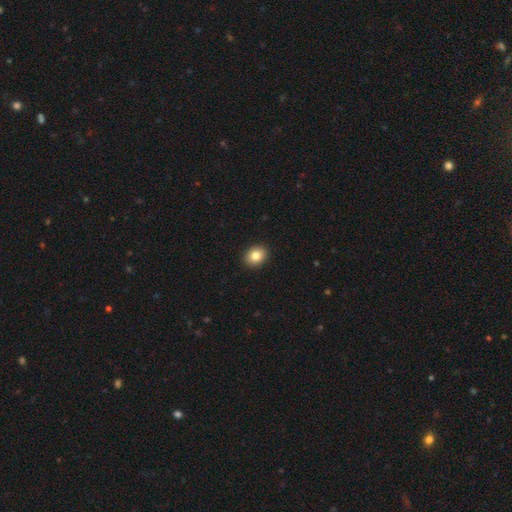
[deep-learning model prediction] Smooth or featured? Predicted: smooth (p=0.83). How rounded? Predicted: in between (p=0.51). Merging? Predicted: none (p=0.91).